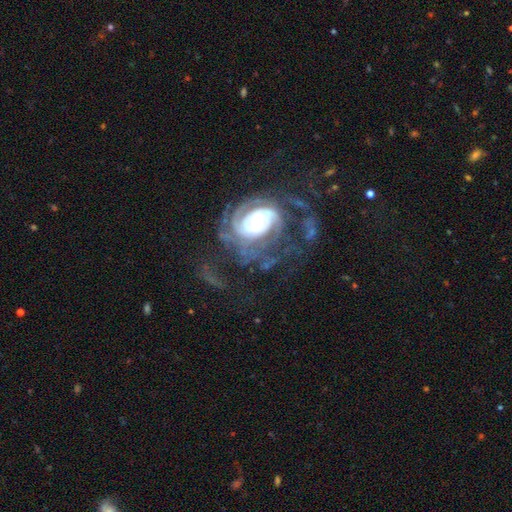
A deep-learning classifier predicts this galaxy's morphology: The model was most divided on "merging": none: 43%, major disturbance: 37%, minor disturbance: 16%, merger: 4%. Remaining: edge-on disk — no (96%); smooth or featured — featured or disk (73%); spiral arms — yes (67%); bar — no (59%); bulge size — moderate (45%).